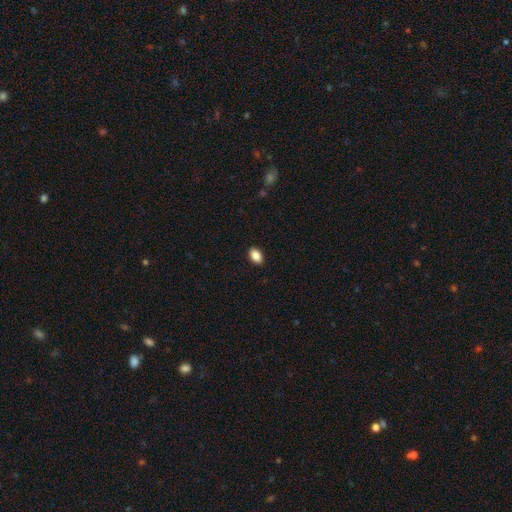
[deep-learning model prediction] smooth-or-featured: smooth: 87% | star or artifact: 8% | featured or disk: 5%
  how-rounded: in between: 88% | round: 10% | cigar-shaped: 1%
  merging: none: 90% | minor disturbance: 7% | major disturbance: 2% | merger: 1%